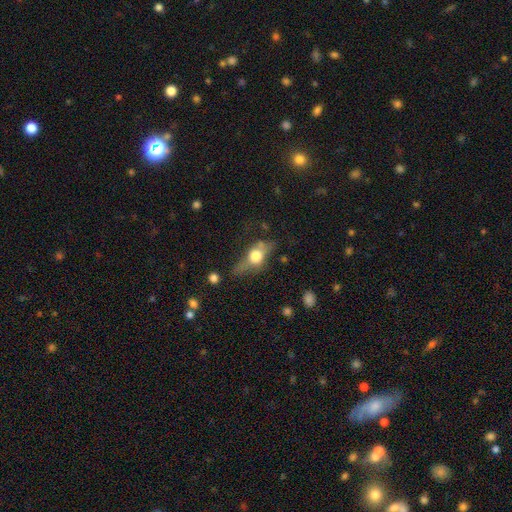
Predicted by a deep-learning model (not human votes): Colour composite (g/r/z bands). It shows a smooth galaxy with no disk features (49%). Merging: none (53%).